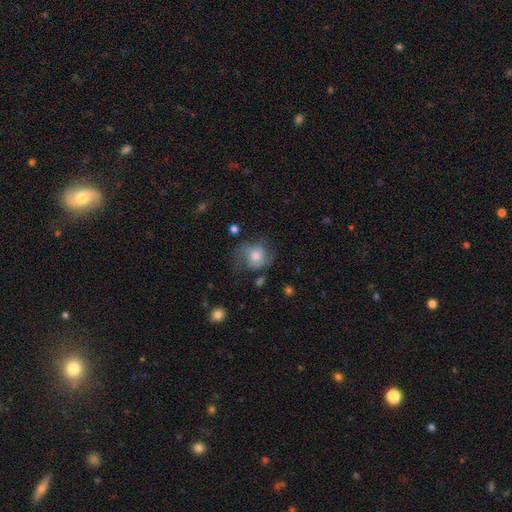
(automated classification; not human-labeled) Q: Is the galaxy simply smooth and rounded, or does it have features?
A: featured or disk — 46%.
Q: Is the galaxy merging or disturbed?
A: none — 52%.